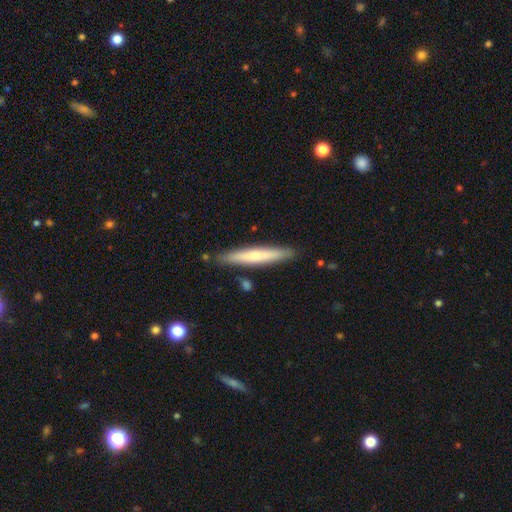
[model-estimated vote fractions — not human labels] Smooth or featured: smooth — 61% (featured or disk — 34%)
How rounded: cigar-shaped — 93% (in between — 6%)
Merging: none — 87% (minor disturbance — 9%)